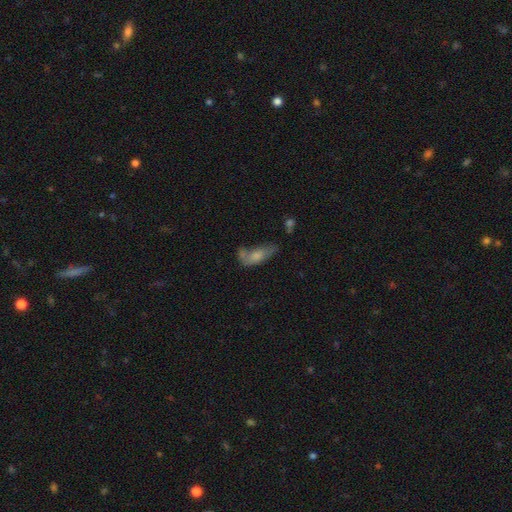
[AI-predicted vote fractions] Overall: smooth (68%). How rounded: in between (70%). Merging: none (32%; merger 25%).